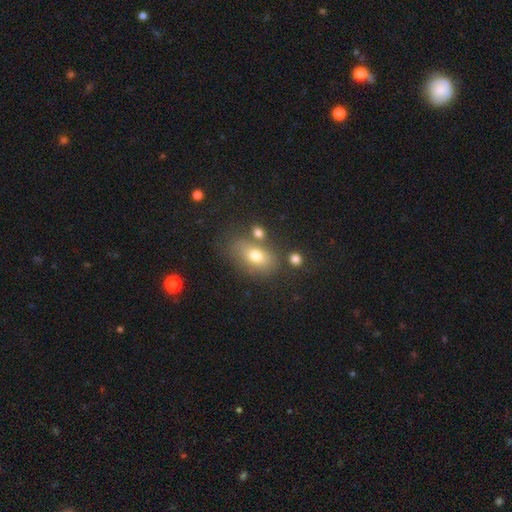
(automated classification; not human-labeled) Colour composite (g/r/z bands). It shows a smooth galaxy with no disk features (73%) that is in between round and cigar-shaped (81%). Merging: none (64%).